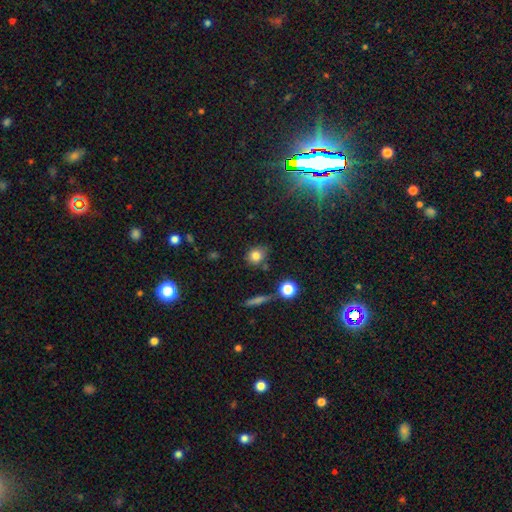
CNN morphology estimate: A smooth galaxy with no disk features (80%) that is round (76%). Merging: none (74%).